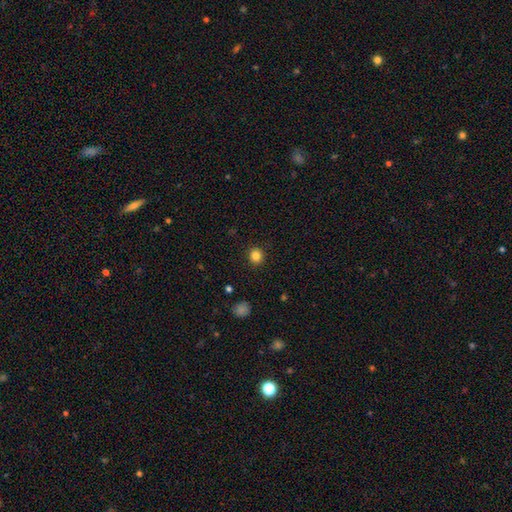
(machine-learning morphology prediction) Q: Smooth or featured?
A: smooth (83%); runner-up: star or artifact (12%)
Q: How rounded?
A: round (87%); runner-up: in between (12%)
Q: Merging?
A: none (91%); runner-up: minor disturbance (6%)